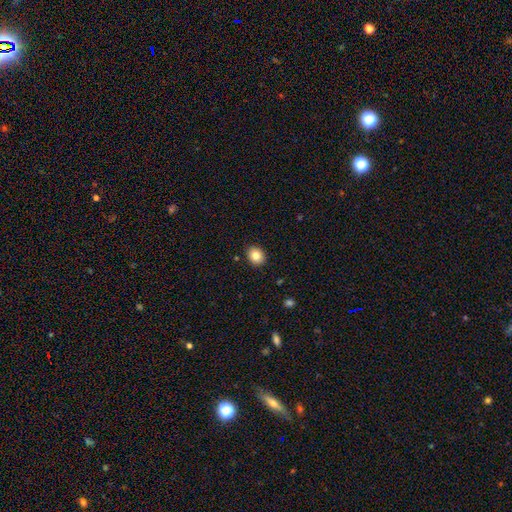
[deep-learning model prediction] Overall: smooth (83%). How rounded: round (59%; in between 40%). Merging: none (90%).